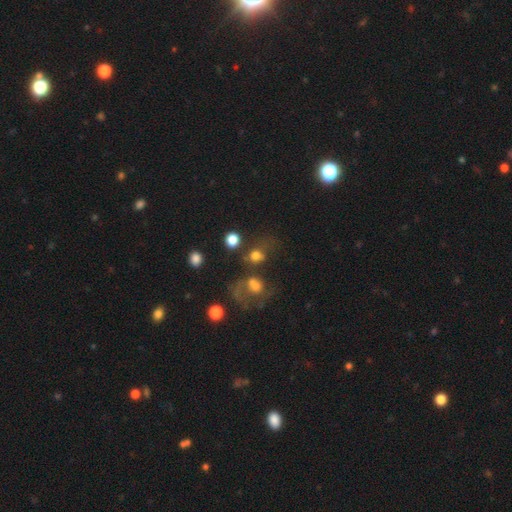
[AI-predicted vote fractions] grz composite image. It shows a smooth galaxy with no disk features (71%) that is round (68%). Merging: none (41%).